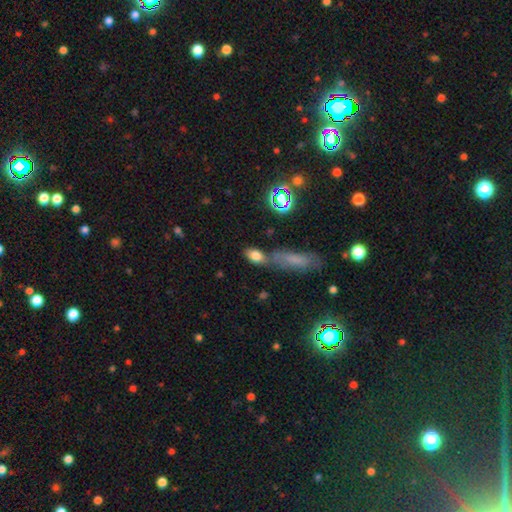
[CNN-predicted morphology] The model was most divided on "merging": none: 46%, merger: 33%, minor disturbance: 14%, major disturbance: 7%. More confident: how rounded — in between (82%); smooth or featured — smooth (76%).